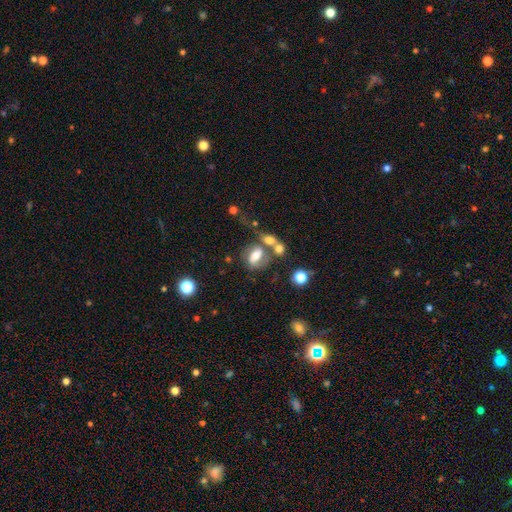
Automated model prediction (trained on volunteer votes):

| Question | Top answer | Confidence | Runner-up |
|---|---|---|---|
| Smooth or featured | smooth | 48% | featured or disk (40%) |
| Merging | merger | 39% | none (33%) |